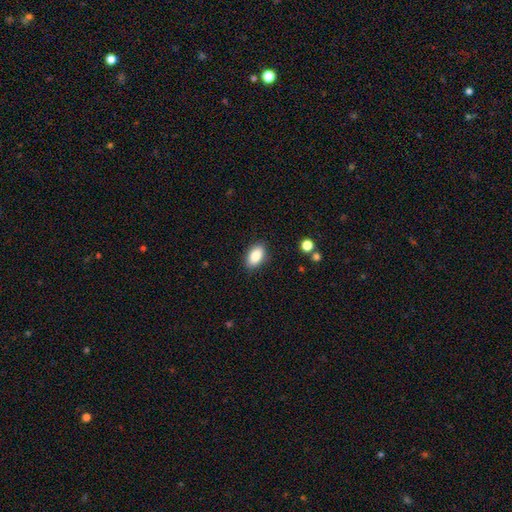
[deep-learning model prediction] This appears to be a smooth galaxy with no disk features (86%) that is in between round and cigar-shaped (91%). Merging: none (87%).